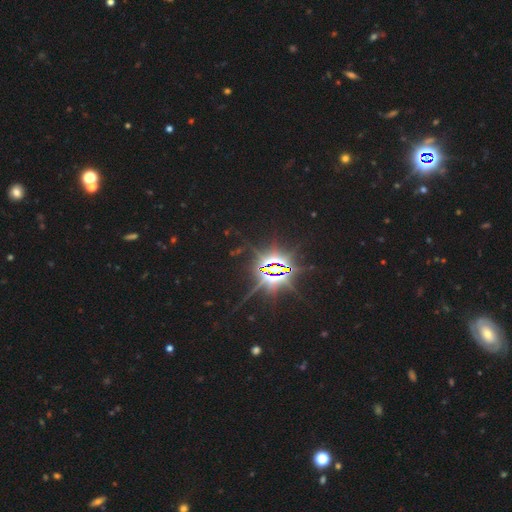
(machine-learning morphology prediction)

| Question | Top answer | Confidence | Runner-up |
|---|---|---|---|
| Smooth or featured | star or artifact | 87% | featured or disk (7%) |